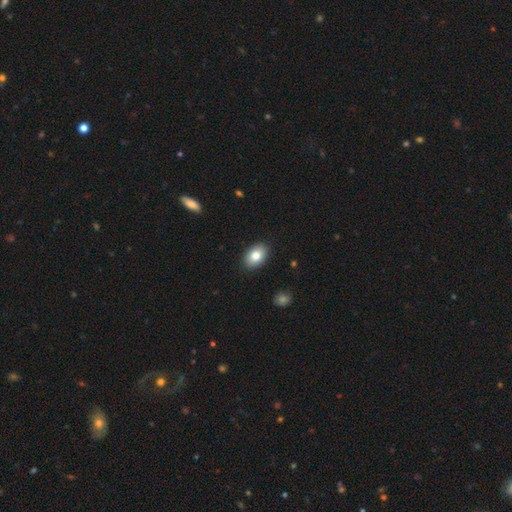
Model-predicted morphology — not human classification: A smooth galaxy with no disk features (84%) that is in between round and cigar-shaped (86%).

Vote fractions:
- Smooth or featured? smooth: 84% / featured or disk: 9% / star or artifact: 7%
- How rounded? in between: 86% / round: 13% / cigar-shaped: 1%
- Merging? none: 89% / minor disturbance: 8% / major disturbance: 2% / merger: 1%